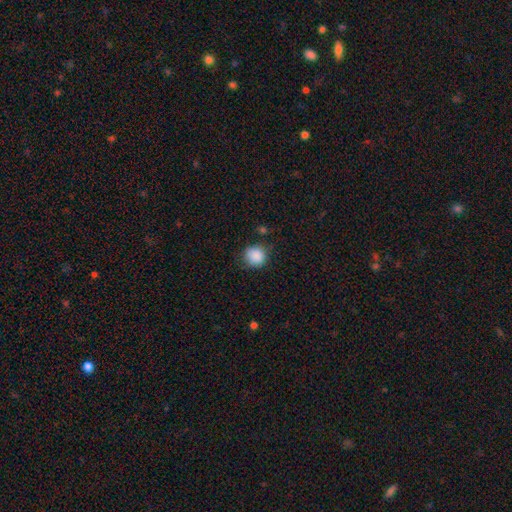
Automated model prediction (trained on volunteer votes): smooth 88%, star or artifact 9%, featured or disk 3%. Down the decision tree: how rounded — round (89%); merging — none (78%).